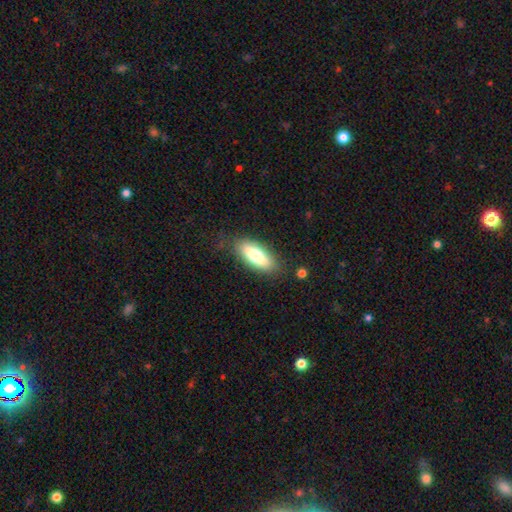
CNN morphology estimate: This is likely a smooth galaxy (70%). How rounded: likely in between (76%). Merging: clearly none (82%).